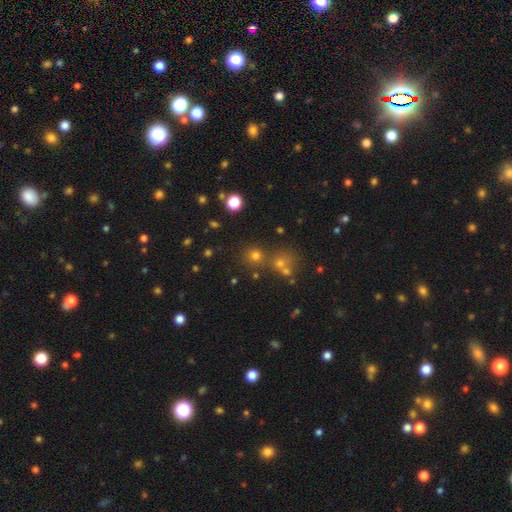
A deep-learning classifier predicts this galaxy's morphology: This is likely a smooth galaxy (62%). How rounded: clearly round (89%). Merging: likely none (64%).